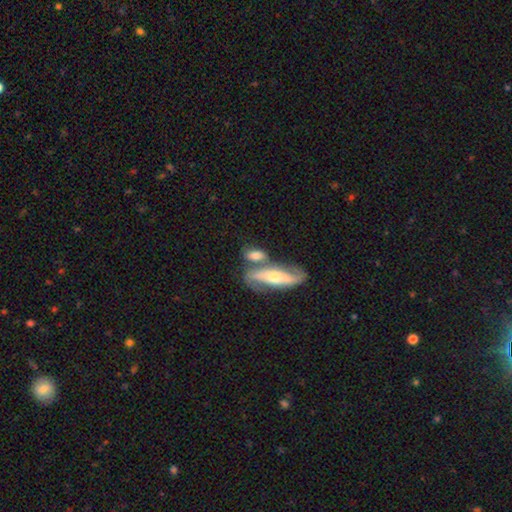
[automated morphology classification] A smooth galaxy with no disk features (58%) that is in between round and cigar-shaped (69%). Merging: merger (42%).